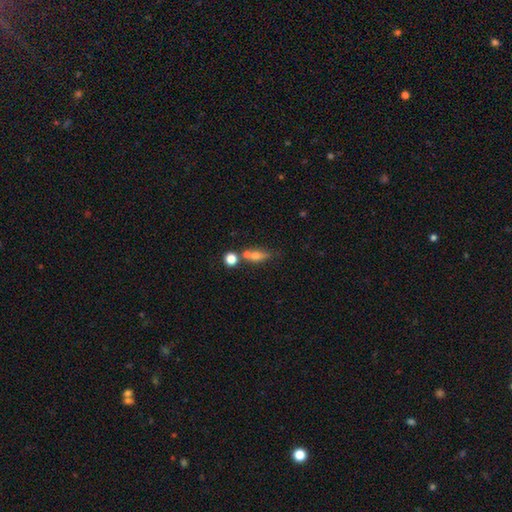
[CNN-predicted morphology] This appears to be a smooth galaxy with no disk features (63%) that is in between round and cigar-shaped (51%). Merging: none (45%).